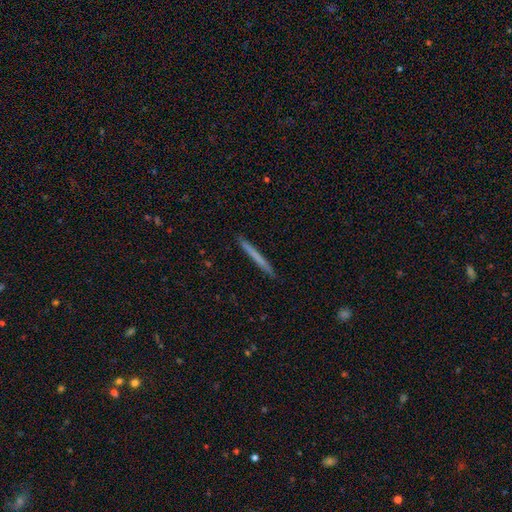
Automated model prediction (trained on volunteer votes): smooth 63%, featured or disk 31%, star or artifact 6%. Down the decision tree: how rounded — cigar-shaped (97%); merging — none (92%).